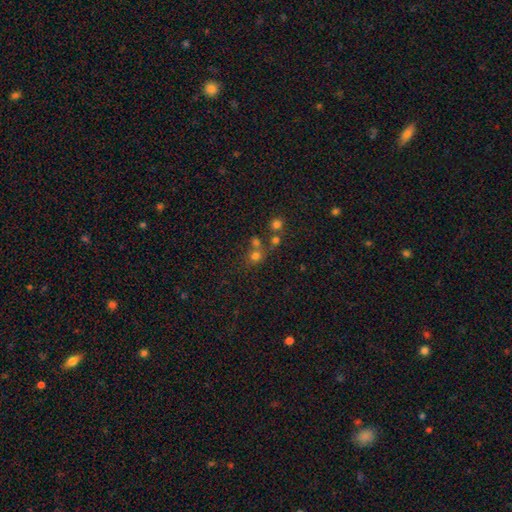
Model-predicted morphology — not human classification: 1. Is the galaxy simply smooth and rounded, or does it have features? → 68% smooth, 23% star or artifact, 10% featured or disk.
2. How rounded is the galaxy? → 84% round, 15% in between, 1% cigar-shaped.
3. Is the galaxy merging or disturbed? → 56% none, 30% merger, 9% minor disturbance, 5% major disturbance.